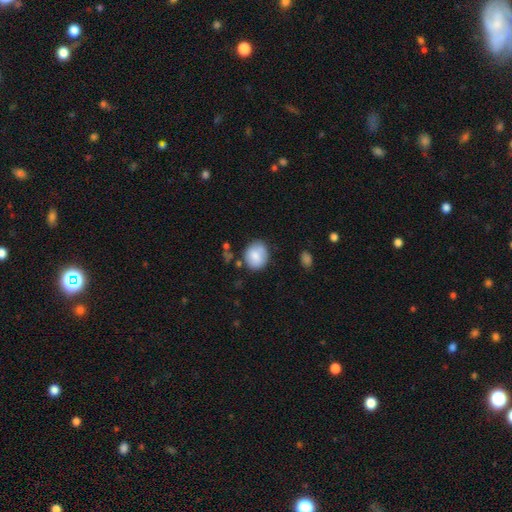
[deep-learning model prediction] This is clearly a smooth galaxy (81%). How rounded: likely round (65%). Merging: likely none (71%).